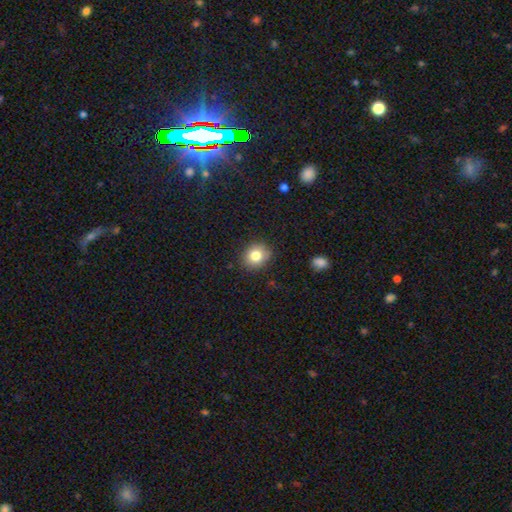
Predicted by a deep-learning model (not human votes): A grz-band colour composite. It shows a smooth galaxy with no disk features (80%) that is round (68%). Merging: none (86%).